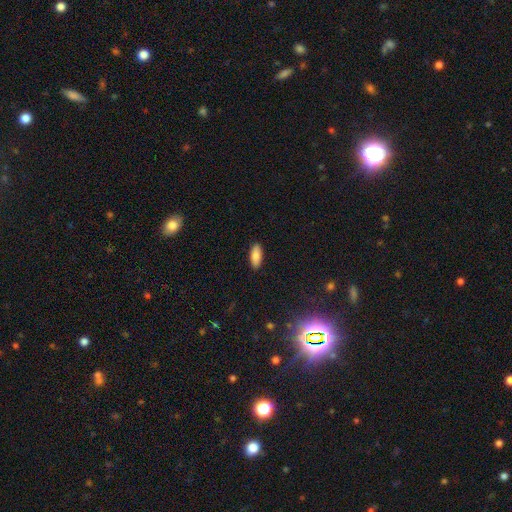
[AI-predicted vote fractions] Overall: smooth (85%). How rounded: in between (77%). Merging: none (90%).